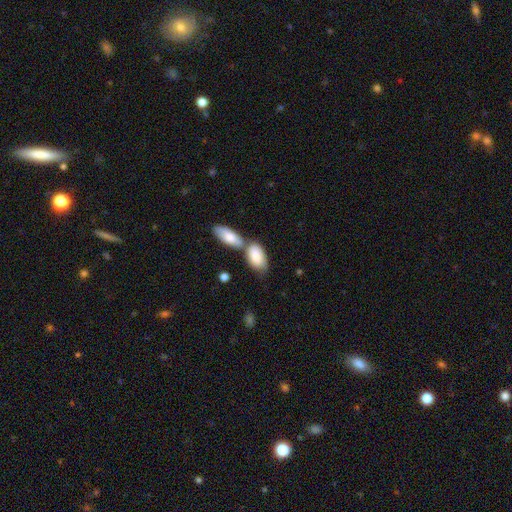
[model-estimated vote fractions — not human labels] This is clearly a smooth galaxy (83%). How rounded: clearly in between (93%). Merging: possibly merger (49%).